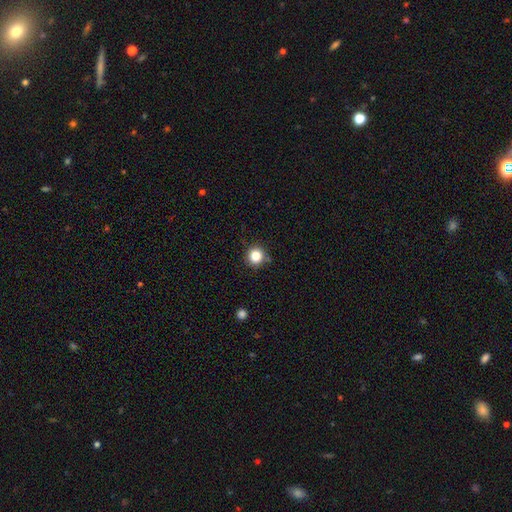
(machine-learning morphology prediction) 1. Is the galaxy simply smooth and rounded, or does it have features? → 84% smooth, 12% star or artifact, 5% featured or disk.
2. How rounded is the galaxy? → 93% round, 6% in between, 1% cigar-shaped.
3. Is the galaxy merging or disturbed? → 85% none, 10% minor disturbance, 3% merger, 3% major disturbance.